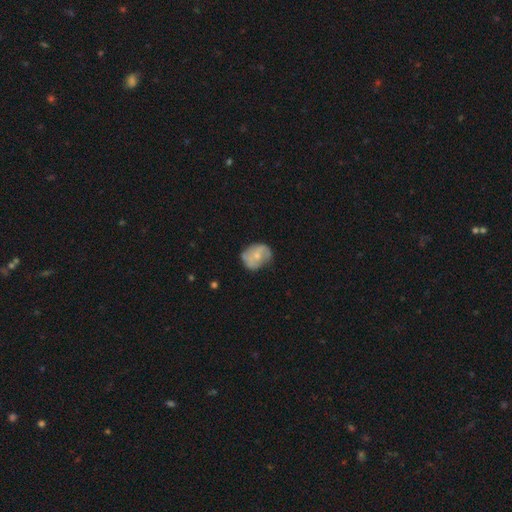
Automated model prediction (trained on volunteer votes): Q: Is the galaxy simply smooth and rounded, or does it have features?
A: smooth — 51%.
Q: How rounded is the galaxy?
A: round — 51%.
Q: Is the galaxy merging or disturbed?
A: none — 53%.